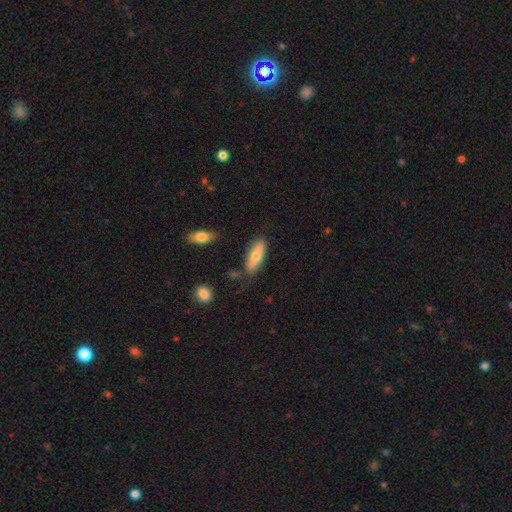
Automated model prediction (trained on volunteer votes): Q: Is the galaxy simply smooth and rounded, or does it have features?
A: smooth — 68%.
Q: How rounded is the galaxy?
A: in between — 57%.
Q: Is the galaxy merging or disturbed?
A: none — 76%.